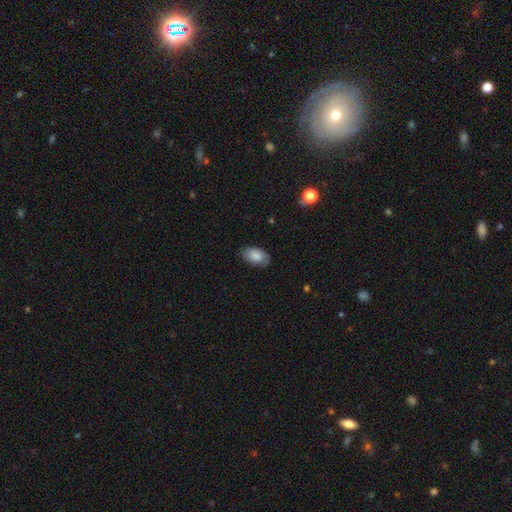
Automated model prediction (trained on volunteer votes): Morphology: type=smooth (82%); roundness=in between (93%); merging=none (79%).